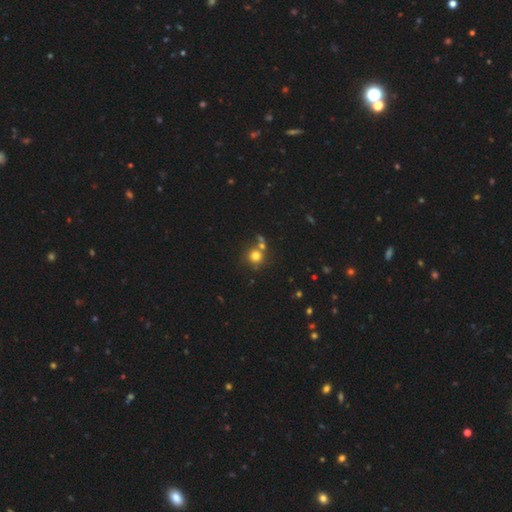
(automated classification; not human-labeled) Morphology: type=smooth (77%); roundness=round (90%); merging=none (60%).